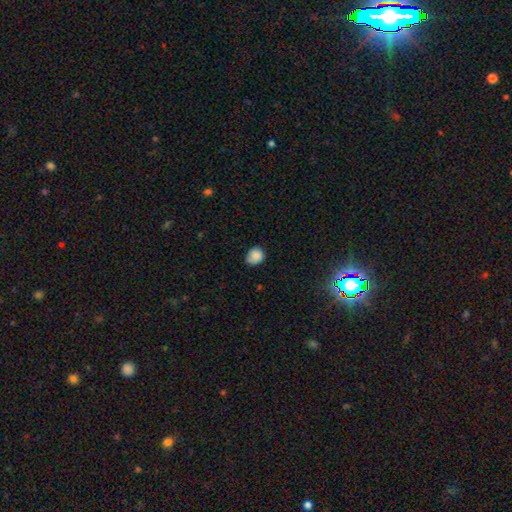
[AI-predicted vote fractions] smooth-or-featured: smooth: 85% | star or artifact: 9% | featured or disk: 6%
  how-rounded: round: 60% | in between: 39% | cigar-shaped: 1%
  merging: none: 66% | minor disturbance: 28% | major disturbance: 5% | merger: 1%